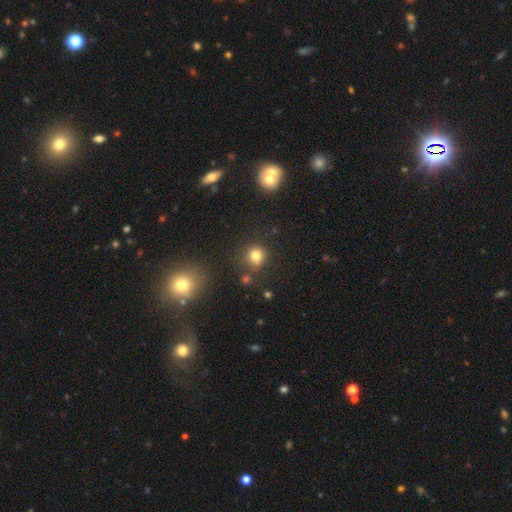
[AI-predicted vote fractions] Smooth or featured: smooth — 78% (star or artifact — 15%)
How rounded: round — 86% (in between — 13%)
Merging: none — 76% (minor disturbance — 13%)